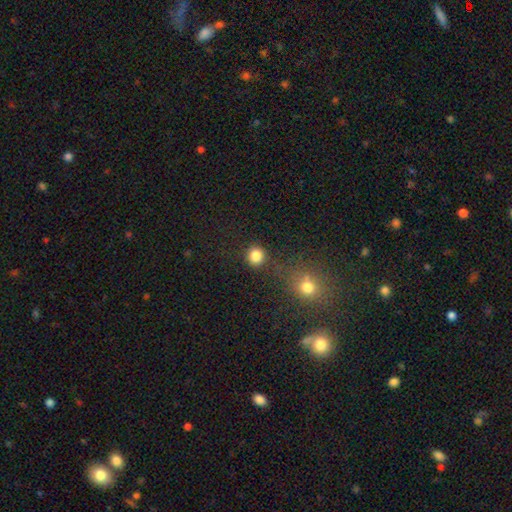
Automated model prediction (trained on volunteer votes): A smooth galaxy with no disk features (84%) that is round (90%). Merging: none (84%).